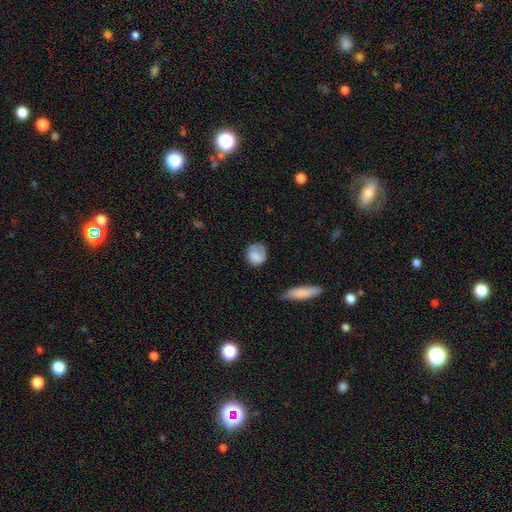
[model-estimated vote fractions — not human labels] Smooth or featured?
  - smooth: 80% *
  - featured or disk: 13%
  - star or artifact: 7%
How rounded?
  - round: 73% *
  - in between: 25%
  - cigar-shaped: 2%
Merging?
  - none: 57% *
  - minor disturbance: 30%
  - major disturbance: 11%
  - merger: 2%